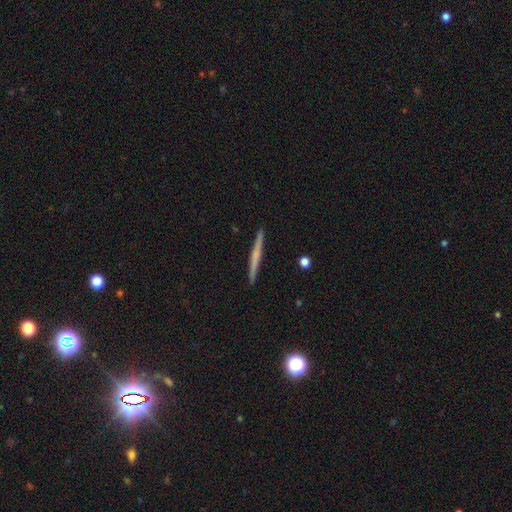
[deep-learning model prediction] This appears to be a featured or disk galaxy (56%) viewed edge-on (98%) with no central bulge (62%). Merging: none (93%).